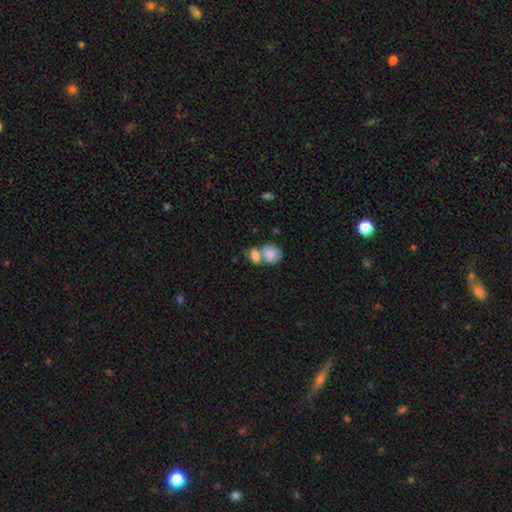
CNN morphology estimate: Q: Smooth or featured?
A: smooth (82%); runner-up: featured or disk (11%)
Q: How rounded?
A: in between (61%); runner-up: round (37%)
Q: Merging?
A: merger (60%); runner-up: none (26%)